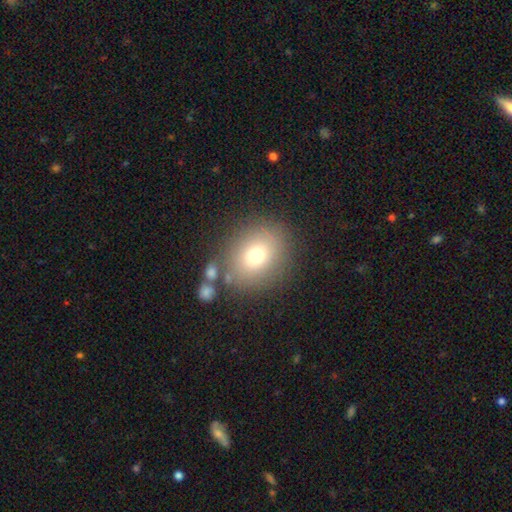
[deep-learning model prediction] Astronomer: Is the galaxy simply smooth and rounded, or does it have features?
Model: smooth — 73%.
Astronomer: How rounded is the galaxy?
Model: round — 65%.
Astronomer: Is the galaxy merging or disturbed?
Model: none — 77%.